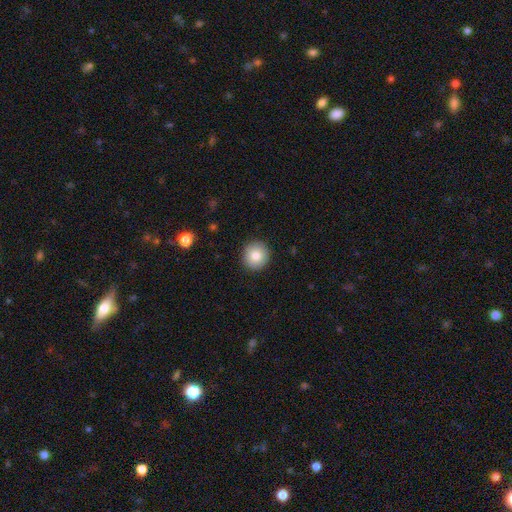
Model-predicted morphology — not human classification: This is clearly a smooth galaxy (82%). How rounded: clearly round (94%). Merging: clearly none (92%).